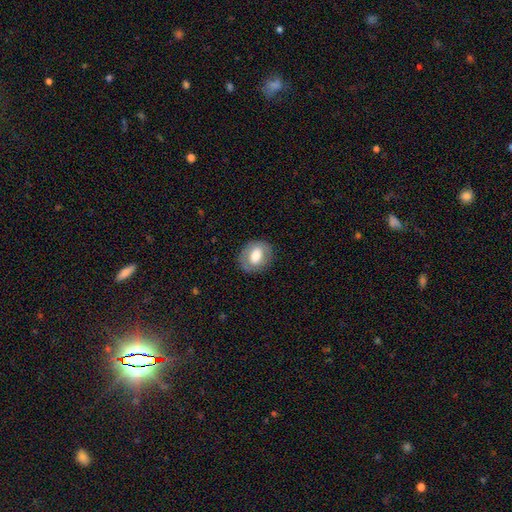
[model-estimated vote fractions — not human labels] A smooth galaxy with no disk features (63%) that is in between round and cigar-shaped (52%).

Vote fractions:
- Smooth or featured? smooth: 63% / featured or disk: 29% / star or artifact: 7%
- How rounded? in between: 52% / round: 47% / cigar-shaped: 1%
- Merging? none: 82% / minor disturbance: 12% / major disturbance: 4% / merger: 1%